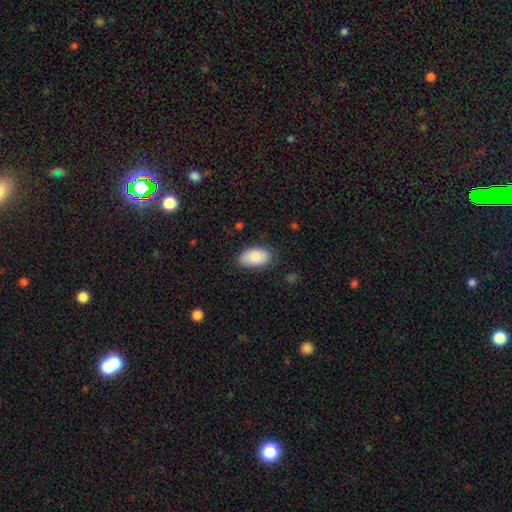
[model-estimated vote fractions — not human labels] A smooth galaxy with no disk features (83%) that is in between round and cigar-shaped (94%). Merging: none (74%).